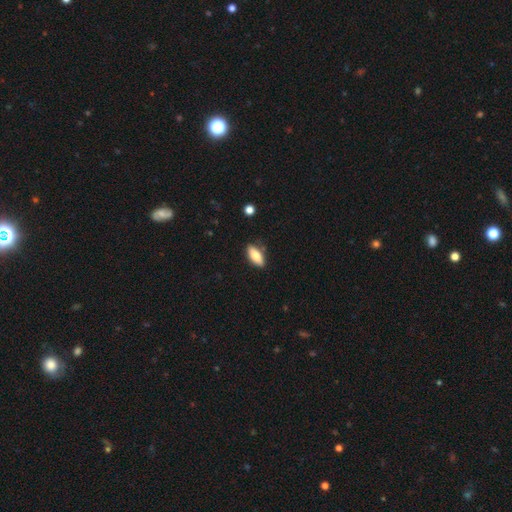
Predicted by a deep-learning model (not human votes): A smooth galaxy with no disk features (79%) that is in between round and cigar-shaped (82%).

Vote fractions:
- Smooth or featured? smooth: 79% / featured or disk: 15% / star or artifact: 6%
- How rounded? in between: 82% / cigar-shaped: 15% / round: 3%
- Merging? none: 80% / minor disturbance: 14% / major disturbance: 3% / merger: 3%